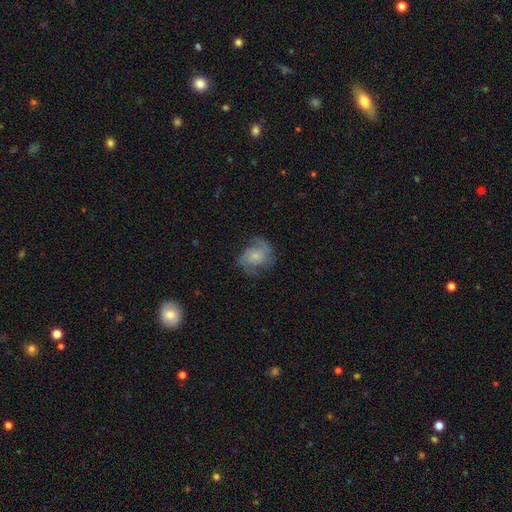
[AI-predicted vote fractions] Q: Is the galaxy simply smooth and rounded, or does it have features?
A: featured or disk — 66%.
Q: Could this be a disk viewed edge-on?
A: no — 98%.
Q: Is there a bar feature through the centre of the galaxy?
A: no — 71%.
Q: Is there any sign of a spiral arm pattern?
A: yes — 91%.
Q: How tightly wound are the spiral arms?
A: medium — 47%.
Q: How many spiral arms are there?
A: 2 — 68%.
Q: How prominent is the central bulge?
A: small — 53%.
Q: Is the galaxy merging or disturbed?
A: none — 63%.